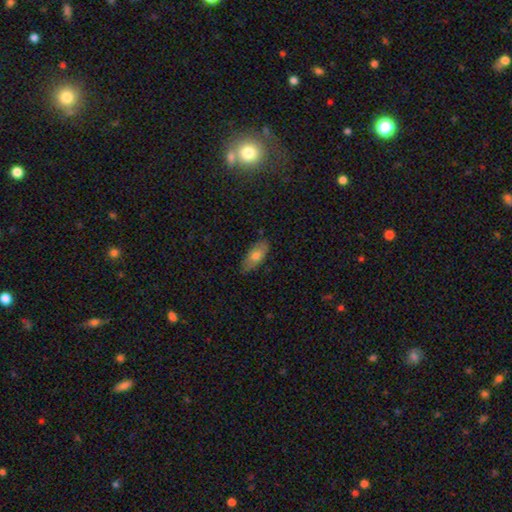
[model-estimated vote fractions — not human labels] Morphology: type=smooth (72%); roundness=in between (85%); merging=none (78%).